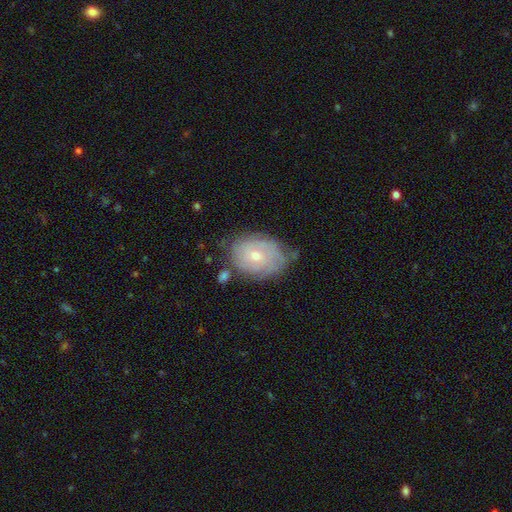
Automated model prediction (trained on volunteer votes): Smooth or featured? featured or disk (61%)
Edge-on disk? no (96%)
Bar? no (77%)
Spiral arms? yes (76%)
Bulge size? small (57%)
Merging? none (64%)